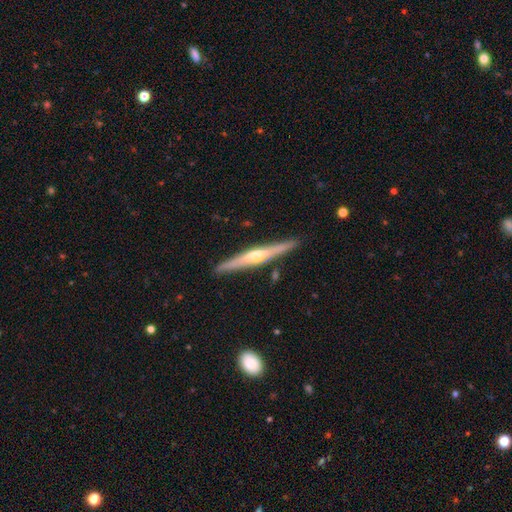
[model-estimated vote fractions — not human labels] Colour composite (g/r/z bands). It shows a featured or disk galaxy (75%) viewed edge-on (97%) with a rounded central bulge (84%). Merging: none (90%).